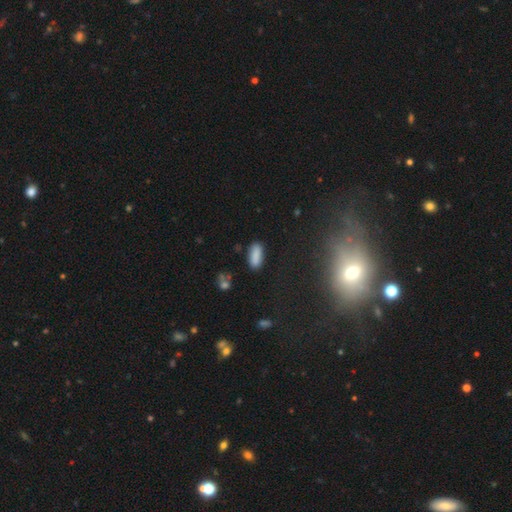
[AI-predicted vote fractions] Smooth or featured? Predicted: smooth (p=0.86). How rounded? Predicted: in between (p=0.80). Merging? Predicted: none (p=0.83).